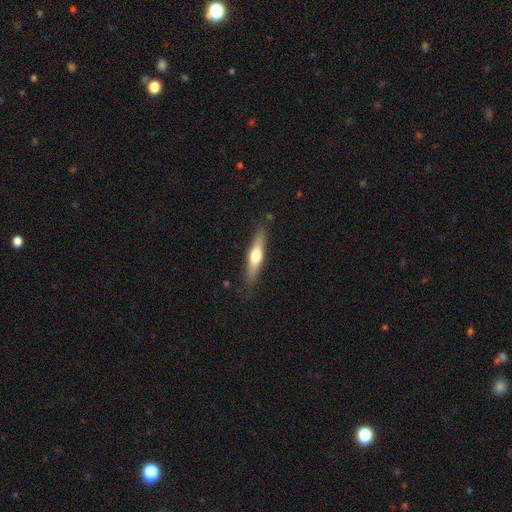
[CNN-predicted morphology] Q: Smooth or featured?
A: featured or disk (51%); runner-up: smooth (43%)
Q: Edge-on disk?
A: yes (94%); runner-up: no (6%)
Q: Merging?
A: none (85%); runner-up: minor disturbance (11%)